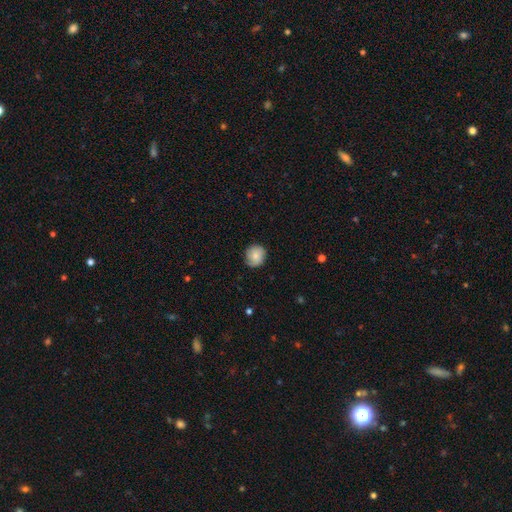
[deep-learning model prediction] smooth_or_featured: smooth (p=0.72) [alt: featured or disk p=0.20]
how_rounded: round (p=0.86) [alt: in between p=0.13]
merging: none (p=0.76) [alt: minor disturbance p=0.19]